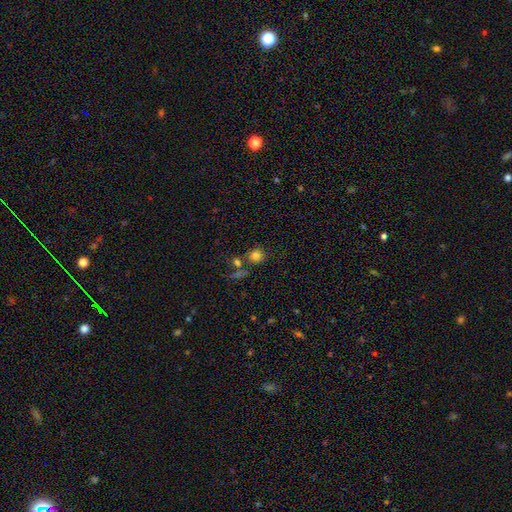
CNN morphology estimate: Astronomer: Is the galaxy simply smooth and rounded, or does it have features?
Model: smooth — 79%.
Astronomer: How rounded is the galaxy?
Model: round — 86%.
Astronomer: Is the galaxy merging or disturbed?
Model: none — 67%.